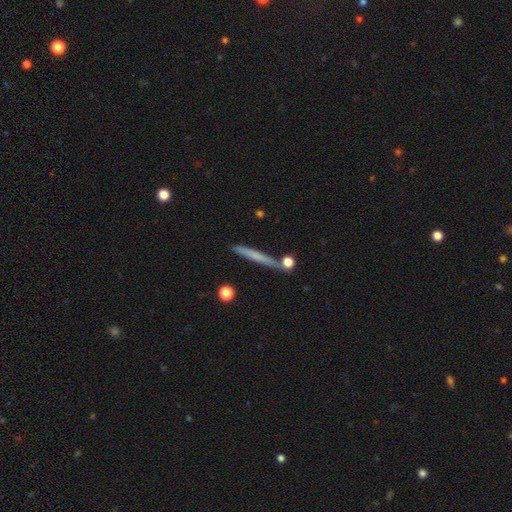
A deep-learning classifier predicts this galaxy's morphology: This appears to be a smooth galaxy with no disk features (57%) that is cigar-shaped (95%). Merging: none (83%).